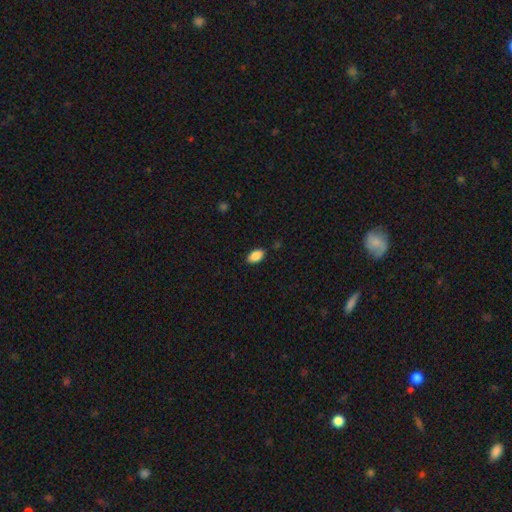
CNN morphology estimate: Smooth or featured? smooth (88%)
How rounded? in between (93%)
Merging? none (86%)